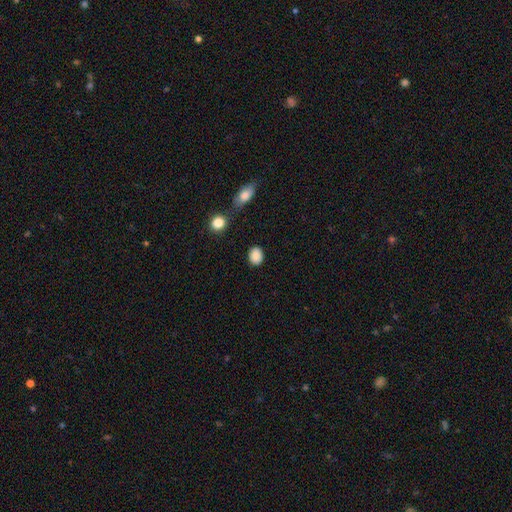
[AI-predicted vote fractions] This is clearly a smooth galaxy (88%). How rounded: possibly in between (54%). Merging: clearly none (86%).